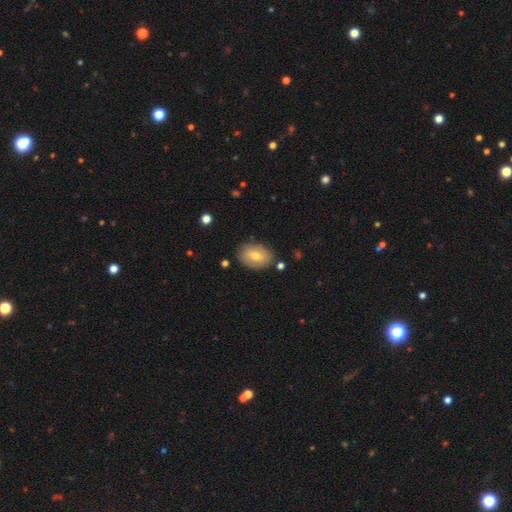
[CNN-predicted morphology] smooth 67%, featured or disk 26%, star or artifact 7%. Down the decision tree: how rounded — in between (77%); merging — none (82%).